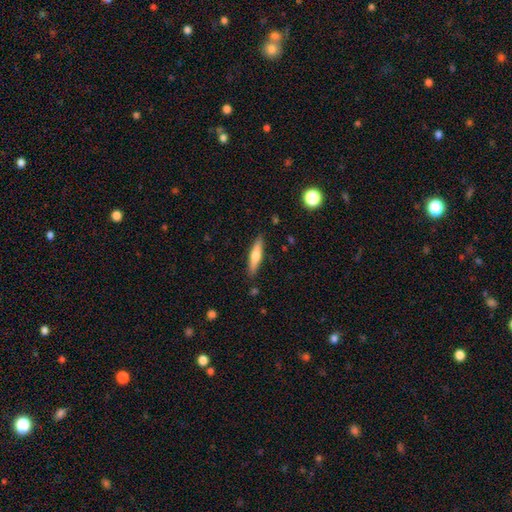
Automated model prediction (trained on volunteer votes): smooth_or_featured: smooth (p=0.54) [alt: featured or disk p=0.40]
how_rounded: cigar-shaped (p=0.80) [alt: in between p=0.18]
merging: none (p=0.88) [alt: minor disturbance p=0.09]